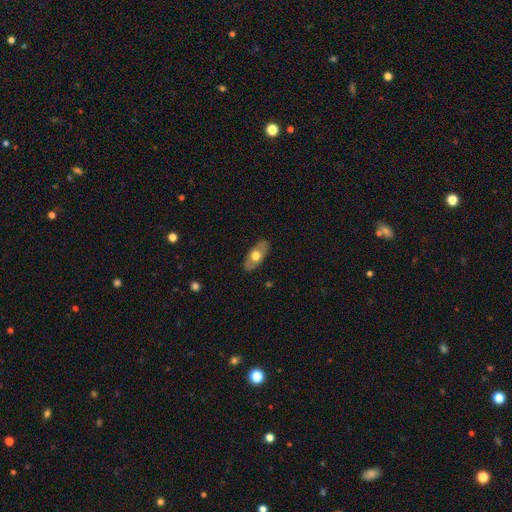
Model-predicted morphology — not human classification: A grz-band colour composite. It shows a smooth galaxy with no disk features (53%) that is in between round and cigar-shaped (86%). Merging: none (84%).